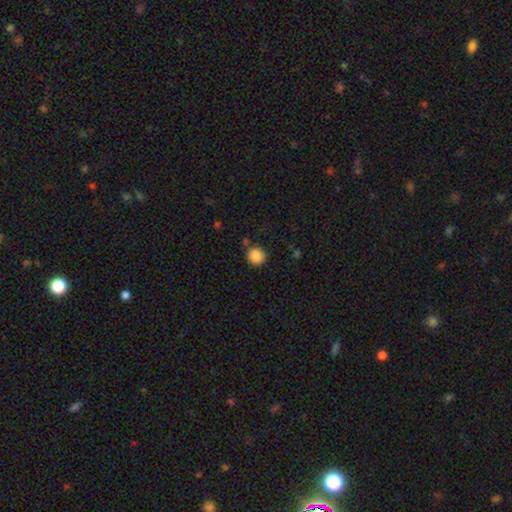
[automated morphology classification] smooth-or-featured: smooth: 87% | star or artifact: 9% | featured or disk: 4%
  how-rounded: round: 89% | in between: 10% | cigar-shaped: 1%
  merging: none: 79% | minor disturbance: 12% | merger: 5% | major disturbance: 3%